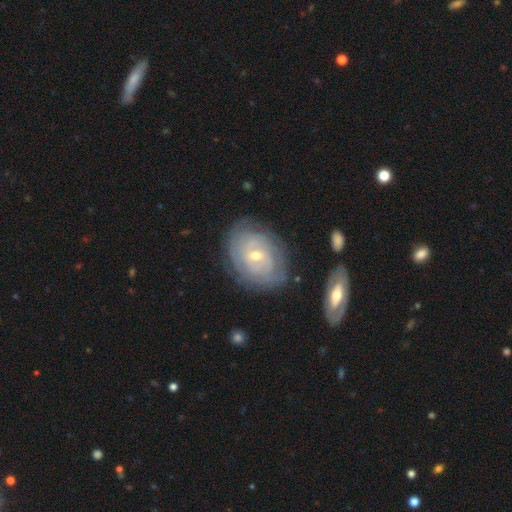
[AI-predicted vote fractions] Morphology: type=featured or disk (79%); edge-on=no (96%); bar=no (54%); spiral arms=yes (89%); winding=tight (79%); arm count=can't tell (51%); bulge=small (56%); merging=none (77%).